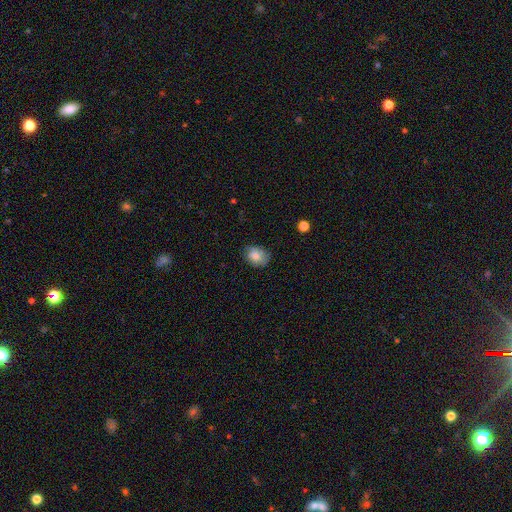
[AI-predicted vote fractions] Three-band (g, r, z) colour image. It shows a smooth galaxy with no disk features (74%) that is in between round and cigar-shaped (57%). Merging: none (67%).